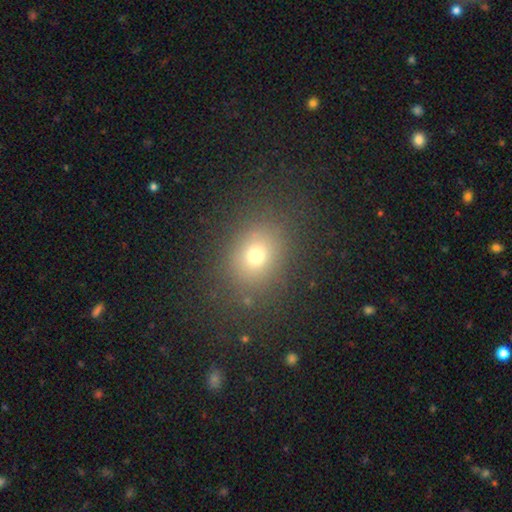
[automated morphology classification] This appears to be a smooth galaxy with no disk features (72%) that is round (53%). Merging: none (83%).